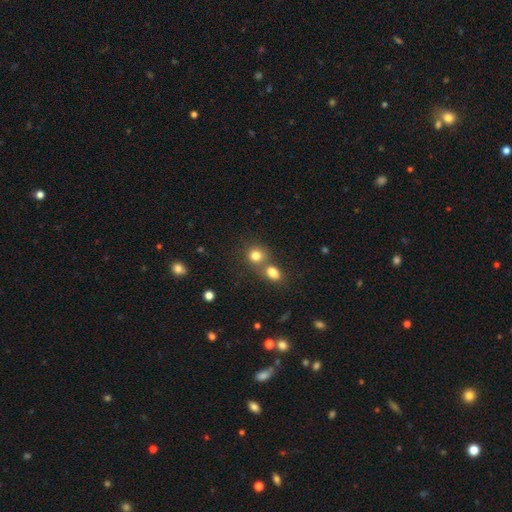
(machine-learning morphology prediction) This is clearly a smooth galaxy (80%). How rounded: clearly round (81%). Merging: possibly none (53%).